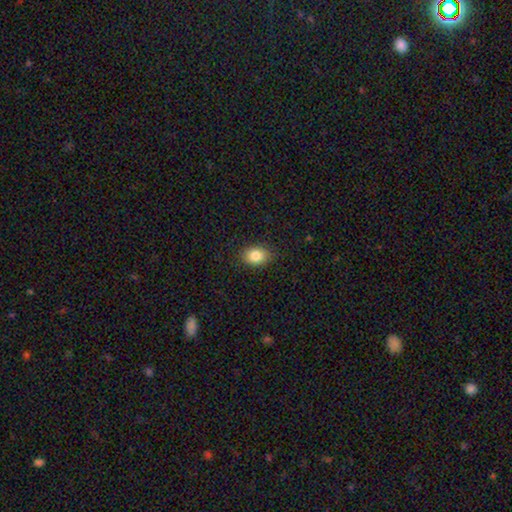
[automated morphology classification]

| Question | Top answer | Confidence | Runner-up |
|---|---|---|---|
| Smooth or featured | smooth | 85% | star or artifact (9%) |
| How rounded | in between | 74% | round (25%) |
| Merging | none | 87% | minor disturbance (10%) |